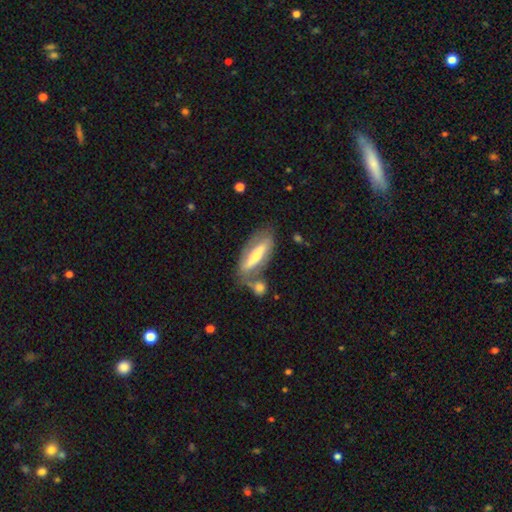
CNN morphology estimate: Q: Smooth or featured?
A: featured or disk (62%); runner-up: smooth (32%)
Q: Edge-on disk?
A: no (59%); runner-up: yes (41%)
Q: Merging?
A: none (57%); runner-up: minor disturbance (18%)